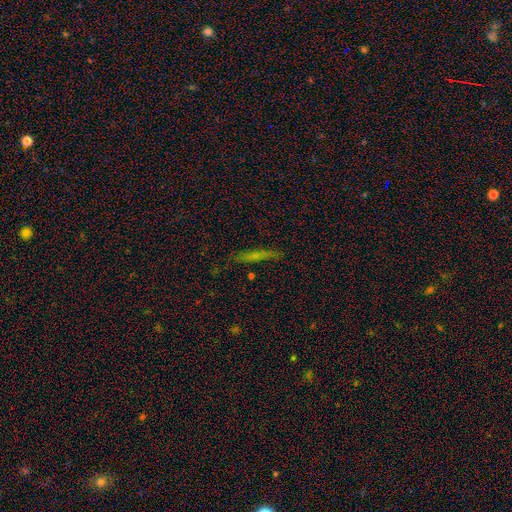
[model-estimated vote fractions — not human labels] smooth-or-featured: smooth: 53% | featured or disk: 33% | star or artifact: 14%
  how-rounded: cigar-shaped: 93% | in between: 5% | round: 2%
  merging: none: 84% | minor disturbance: 12% | major disturbance: 3% | merger: 2%